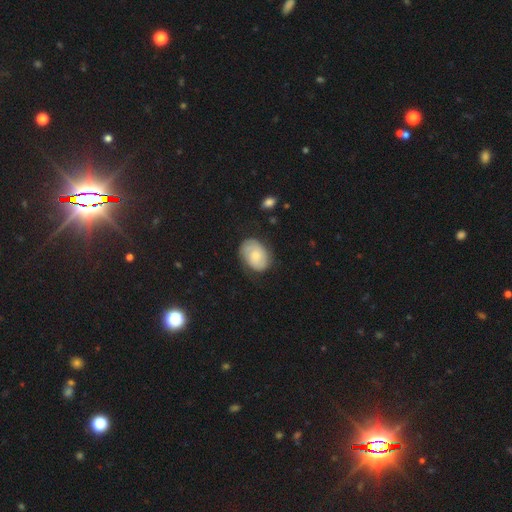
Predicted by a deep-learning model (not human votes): Morphology: type=featured or disk (49%); merging=none (71%).